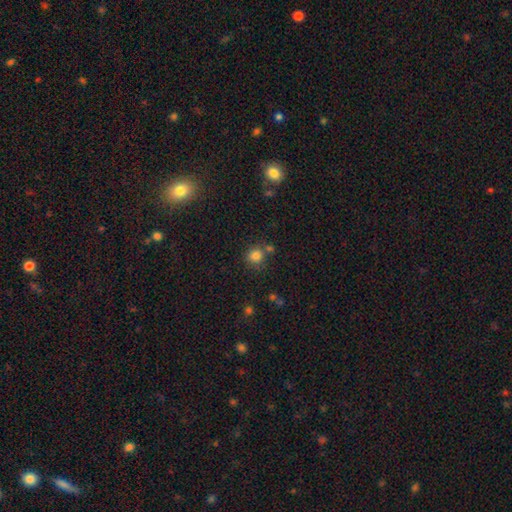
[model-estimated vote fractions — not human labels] smooth-or-featured: smooth: 80% | star or artifact: 14% | featured or disk: 6%
  how-rounded: round: 87% | in between: 12% | cigar-shaped: 1%
  merging: none: 69% | merger: 16% | minor disturbance: 11% | major disturbance: 4%